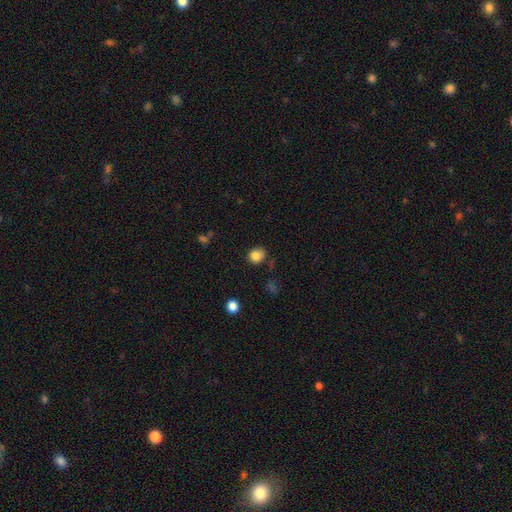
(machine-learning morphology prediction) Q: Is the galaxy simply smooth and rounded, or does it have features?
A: smooth — 84%.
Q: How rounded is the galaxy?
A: round — 70%.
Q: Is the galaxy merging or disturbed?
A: none — 67%.